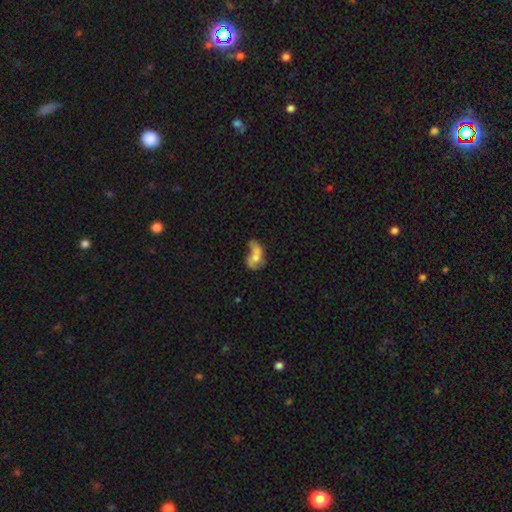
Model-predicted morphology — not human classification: A smooth galaxy with no disk features (51%) that is in between round and cigar-shaped (78%). Merging: merger (44%).